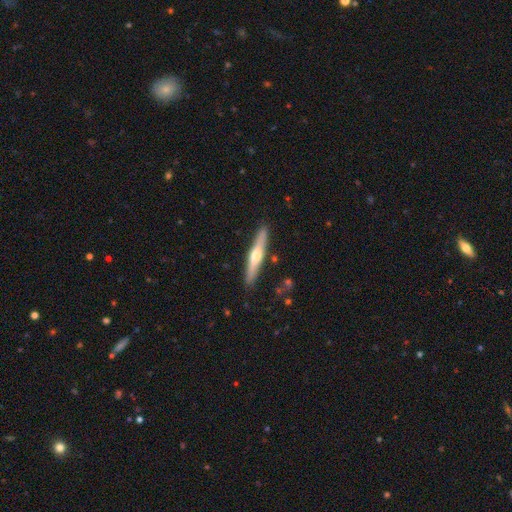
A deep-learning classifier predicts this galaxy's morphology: featured or disk 56%, smooth 39%, star or artifact 5%. Down the decision tree: edge-on disk — yes (95%); edge-on bulge — rounded (88%); merging — none (88%).